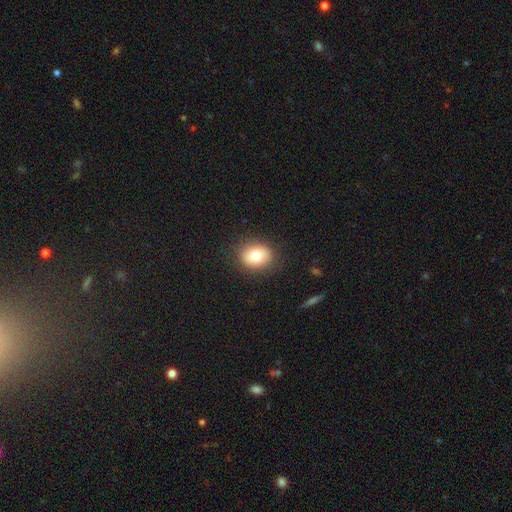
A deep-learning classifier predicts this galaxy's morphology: smooth 78%, featured or disk 13%, star or artifact 9%. Down the decision tree: how rounded — round (53%); merging — none (87%).